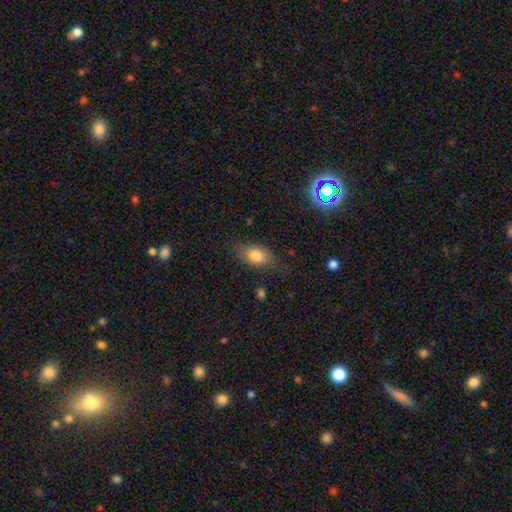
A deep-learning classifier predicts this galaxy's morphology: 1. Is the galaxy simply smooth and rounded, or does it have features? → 76% smooth, 16% featured or disk, 8% star or artifact.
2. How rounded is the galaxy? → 81% in between, 13% round, 6% cigar-shaped.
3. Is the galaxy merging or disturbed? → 64% none, 25% minor disturbance, 9% major disturbance, 2% merger.